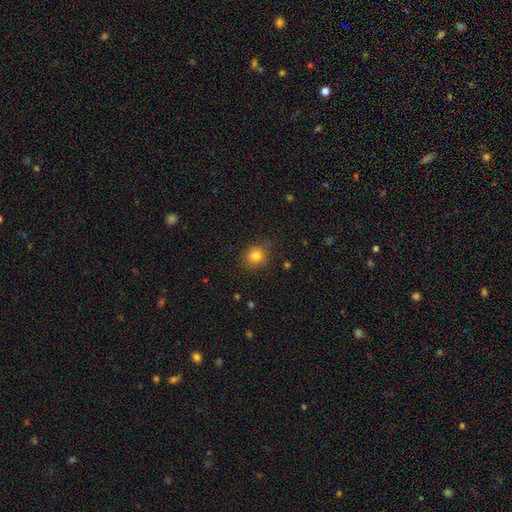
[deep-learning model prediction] Smooth or featured? Predicted: smooth (p=0.83). How rounded? Predicted: round (p=0.82). Merging? Predicted: none (p=0.83).